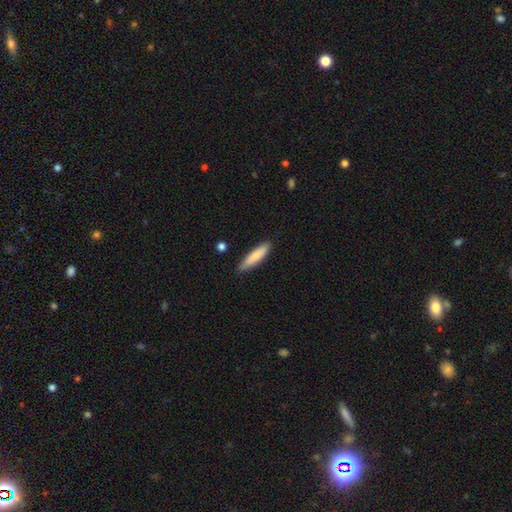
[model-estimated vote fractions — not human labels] smooth_or_featured: smooth (p=0.79) [alt: featured or disk p=0.16]
how_rounded: cigar-shaped (p=0.78) [alt: in between p=0.21]
merging: none (p=0.84) [alt: minor disturbance p=0.13]